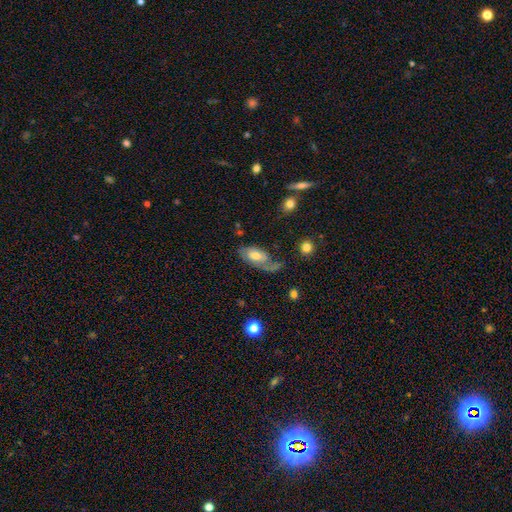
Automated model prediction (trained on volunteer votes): Q: Smooth or featured?
A: featured or disk (52%); runner-up: smooth (42%)
Q: Edge-on disk?
A: no (88%); runner-up: yes (12%)
Q: Merging?
A: none (39%); runner-up: minor disturbance (28%)